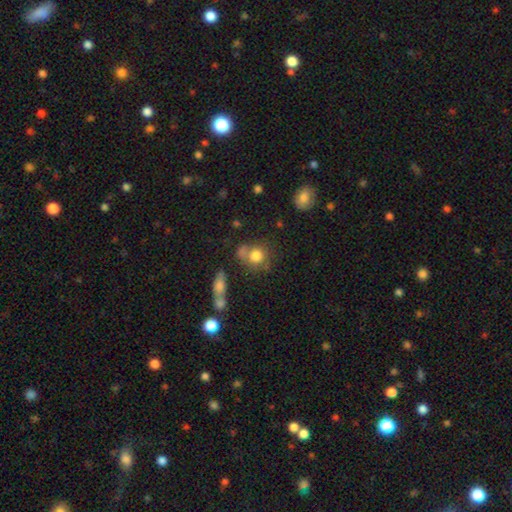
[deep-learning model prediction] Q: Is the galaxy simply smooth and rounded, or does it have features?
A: smooth — 78%.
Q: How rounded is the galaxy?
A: round — 81%.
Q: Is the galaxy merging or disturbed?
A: none — 55%.